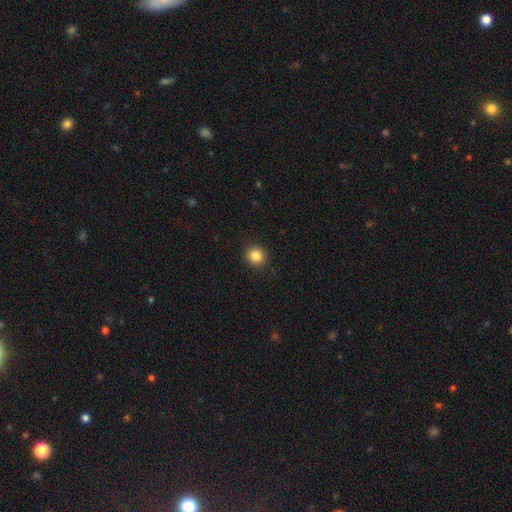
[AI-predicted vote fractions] smooth-or-featured: smooth: 85% | star or artifact: 11% | featured or disk: 5%
  how-rounded: round: 85% | in between: 14% | cigar-shaped: 1%
  merging: none: 91% | minor disturbance: 6% | major disturbance: 2% | merger: 1%